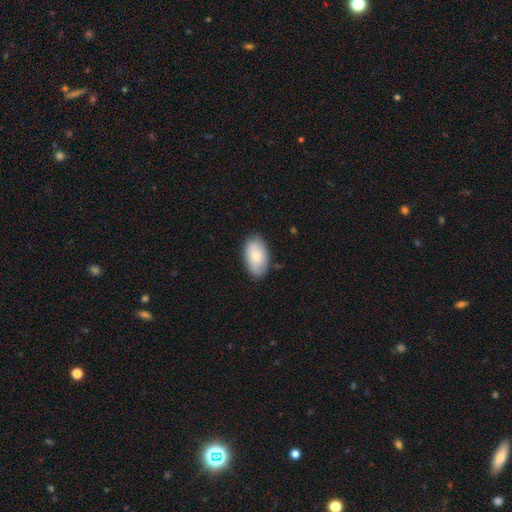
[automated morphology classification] Smooth or featured: smooth — 74% (featured or disk — 20%)
How rounded: in between — 93% (round — 6%)
Merging: none — 82% (minor disturbance — 14%)